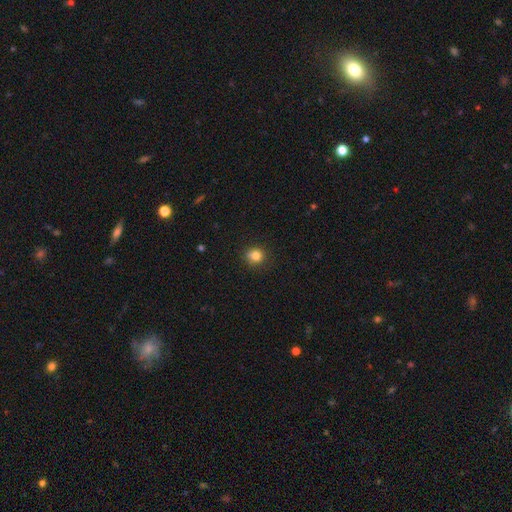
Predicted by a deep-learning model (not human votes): smooth 82%, star or artifact 12%, featured or disk 6%. Down the decision tree: how rounded — round (86%); merging — none (86%).